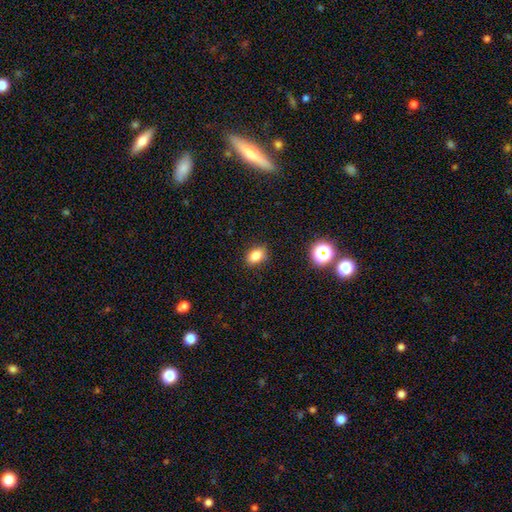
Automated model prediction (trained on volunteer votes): This is clearly a smooth galaxy (82%). How rounded: likely in between (78%). Merging: clearly none (86%).